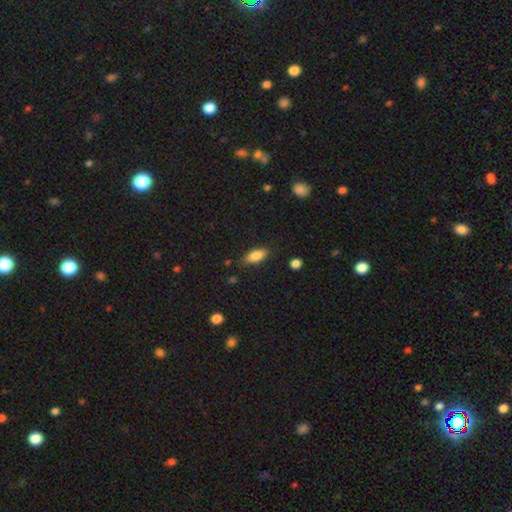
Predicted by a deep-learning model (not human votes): A smooth galaxy with no disk features (83%) that is in between round and cigar-shaped (82%). Merging: none (80%).